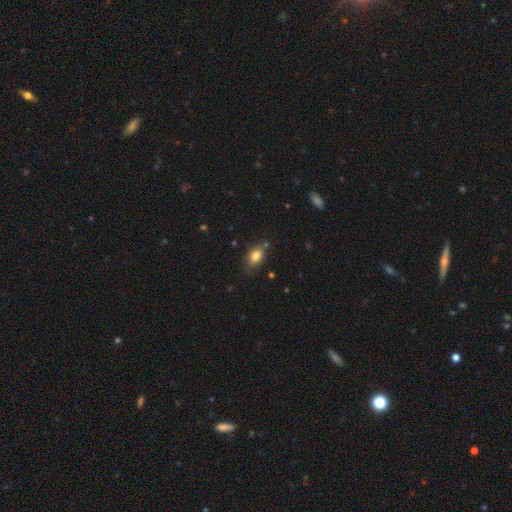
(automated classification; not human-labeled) Overall: smooth (80%). How rounded: in between (81%). Merging: none (70%).